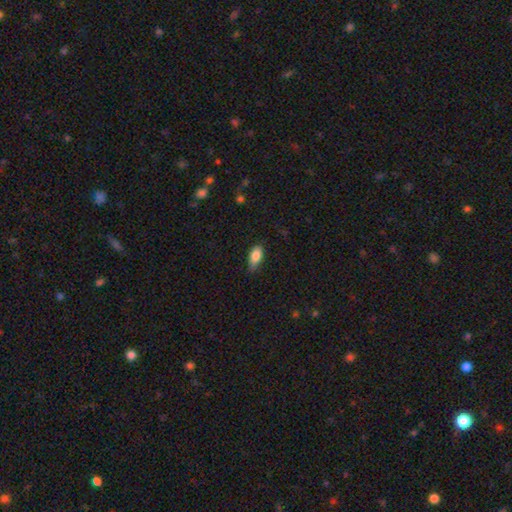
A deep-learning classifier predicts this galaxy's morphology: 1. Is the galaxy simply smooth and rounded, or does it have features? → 82% smooth, 11% featured or disk, 7% star or artifact.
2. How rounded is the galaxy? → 87% in between, 10% cigar-shaped, 4% round.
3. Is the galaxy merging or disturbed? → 70% none, 25% minor disturbance, 4% major disturbance, 1% merger.